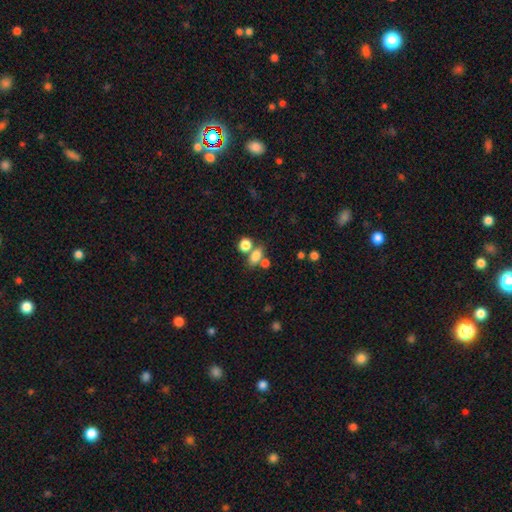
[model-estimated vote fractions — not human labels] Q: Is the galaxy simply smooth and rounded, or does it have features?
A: smooth — 78%.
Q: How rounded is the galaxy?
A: in between — 75%.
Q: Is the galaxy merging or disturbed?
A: none — 50%.